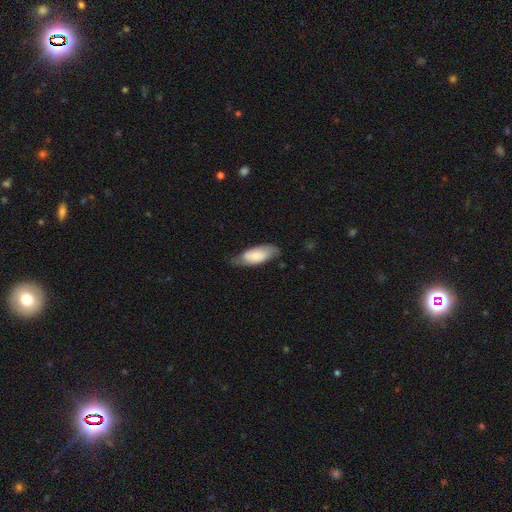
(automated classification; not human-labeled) Morphology: type=smooth (65%); roundness=in between (82%); merging=none (59%).